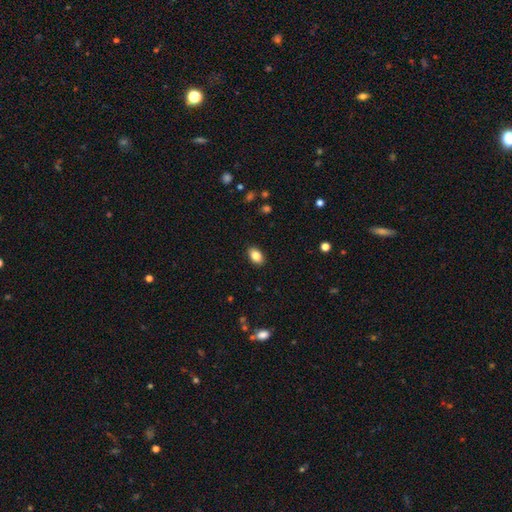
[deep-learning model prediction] smooth_or_featured: smooth (p=0.85) [alt: star or artifact p=0.08]
how_rounded: in between (p=0.87) [alt: round p=0.11]
merging: none (p=0.89) [alt: minor disturbance p=0.08]